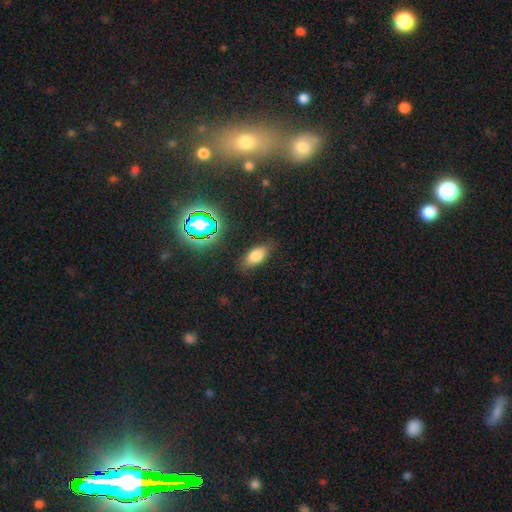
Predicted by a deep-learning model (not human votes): Morphology: type=smooth (74%); roundness=in between (86%); merging=none (82%).